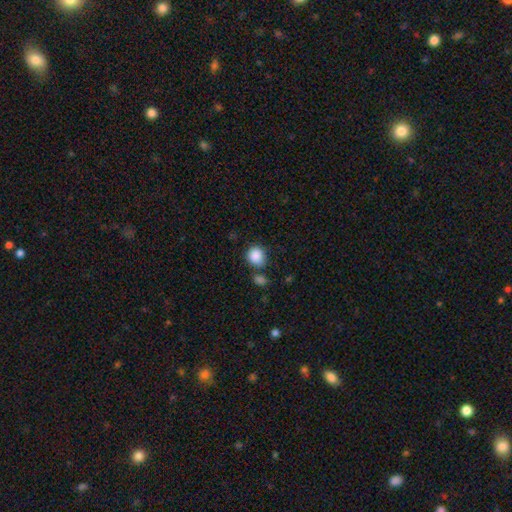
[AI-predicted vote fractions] A smooth galaxy with no disk features (88%) that is round (80%).

Vote fractions:
- Smooth or featured? smooth: 88% / star or artifact: 8% / featured or disk: 4%
- How rounded? round: 80% / in between: 19% / cigar-shaped: 1%
- Merging? none: 69% / minor disturbance: 15% / merger: 12% / major disturbance: 4%